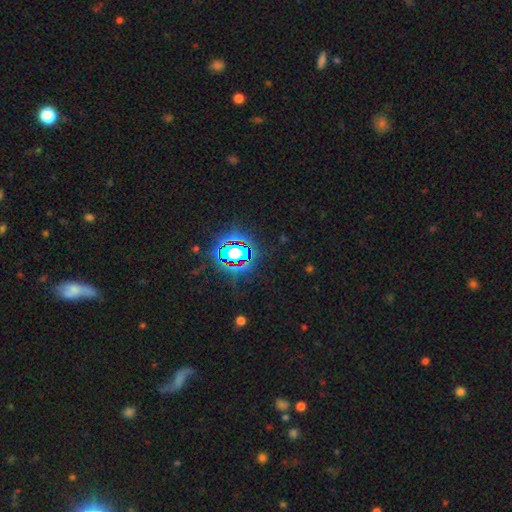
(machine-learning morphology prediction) The model was most divided on "smooth or featured": star or artifact: 80%, smooth: 13%, featured or disk: 8%.